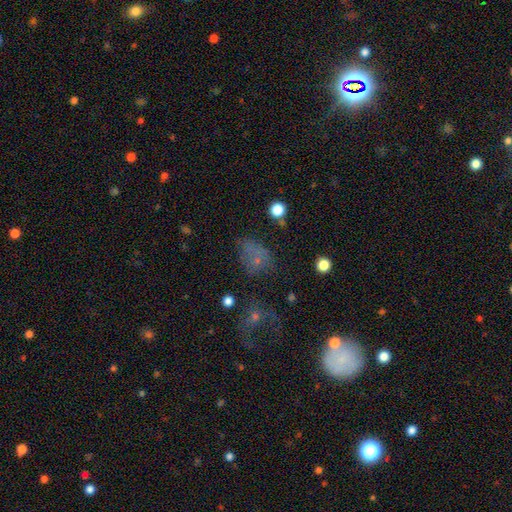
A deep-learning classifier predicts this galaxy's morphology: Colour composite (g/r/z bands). It shows a smooth galaxy with no disk features (53%) that is in between round and cigar-shaped (62%). Merging: none (49%).